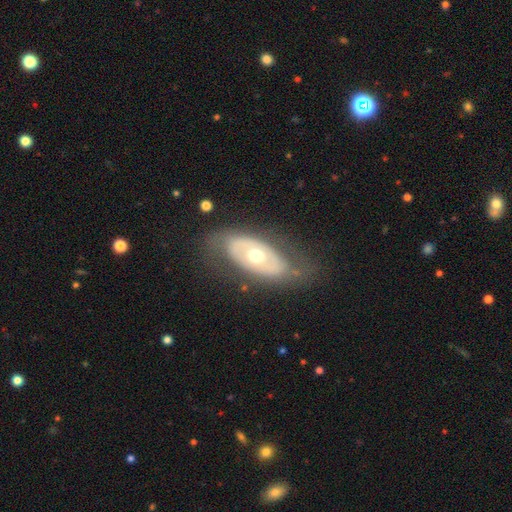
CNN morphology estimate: This appears to be a featured or disk galaxy (64%) with no bar (87%), no spiral arms (78%) and a moderate central bulge (73%). Merging: none (70%).